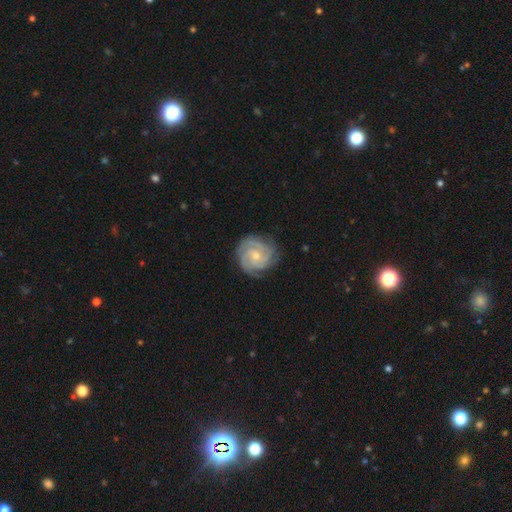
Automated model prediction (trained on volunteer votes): This appears to be a featured or disk galaxy (85%) with no bar (69%), 3 (40%) tight (73%) spiral arms (97%) and a small central bulge (62%). Merging: none (79%).